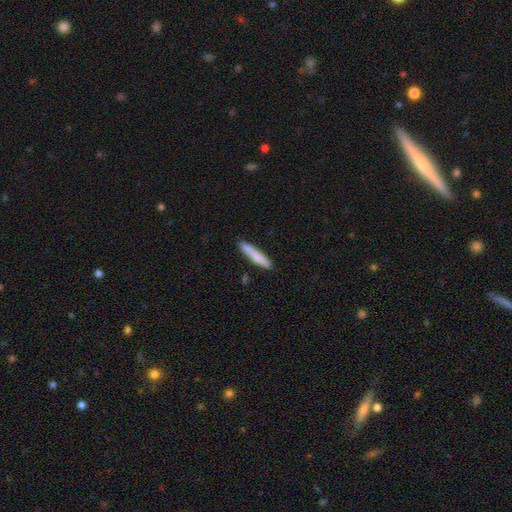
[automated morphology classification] smooth-or-featured: smooth: 75% | featured or disk: 20% | star or artifact: 6%
  how-rounded: cigar-shaped: 93% | in between: 6% | round: 1%
  merging: none: 88% | minor disturbance: 9% | merger: 2% | major disturbance: 2%